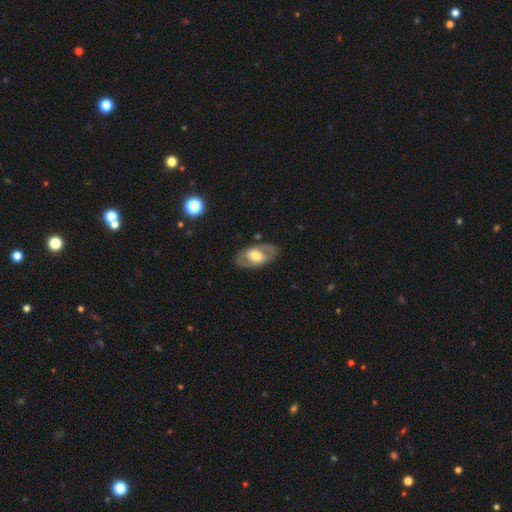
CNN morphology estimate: Overall: featured or disk (55%; smooth 39%). Edge-on disk: no (89%). Merging: none (81%).